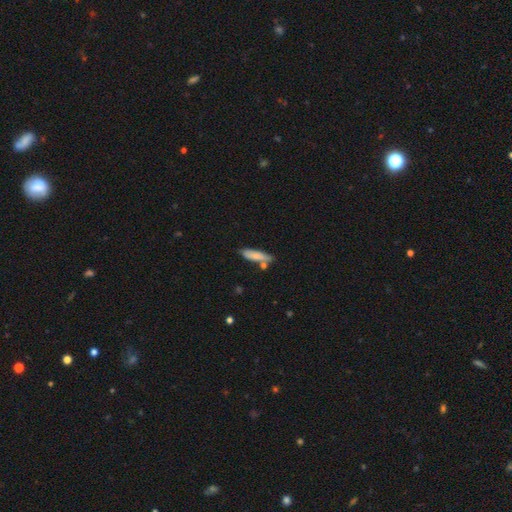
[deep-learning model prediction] This is likely a smooth galaxy (76%). How rounded: possibly cigar-shaped (57%). Merging: likely none (64%).